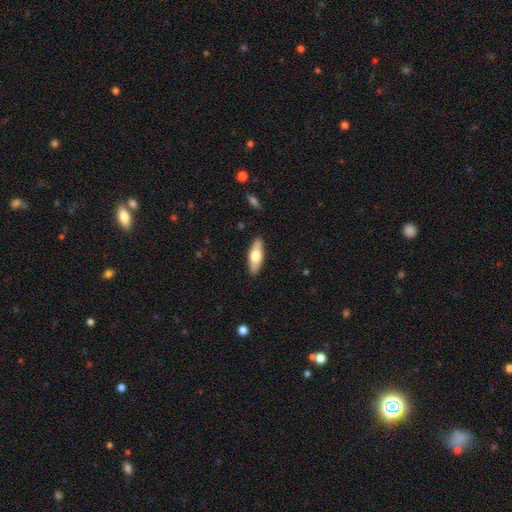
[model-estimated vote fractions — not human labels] Smooth or featured? Predicted: smooth (p=0.63). How rounded? Predicted: in between (p=0.61). Merging? Predicted: none (p=0.88).